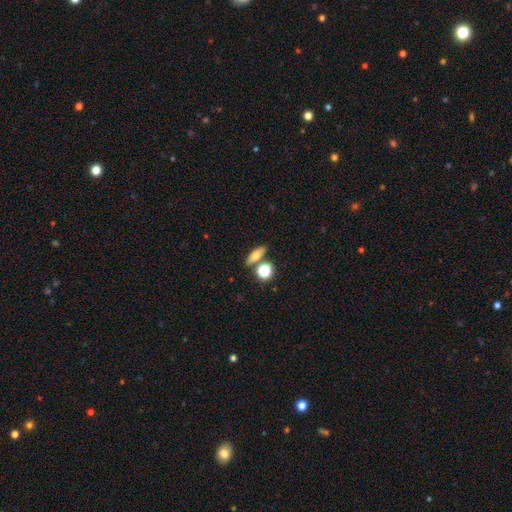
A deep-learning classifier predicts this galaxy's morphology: Smooth or featured? smooth (63%)
How rounded? in between (51%)
Merging? none (74%)